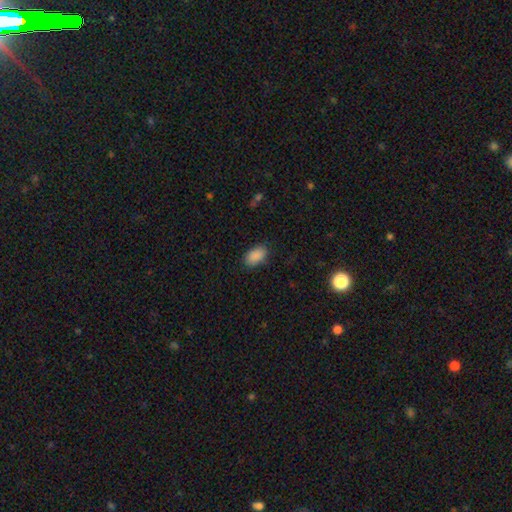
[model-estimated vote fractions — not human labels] Smooth or featured? Predicted: smooth (p=0.89). How rounded? Predicted: in between (p=0.93). Merging? Predicted: none (p=0.86).